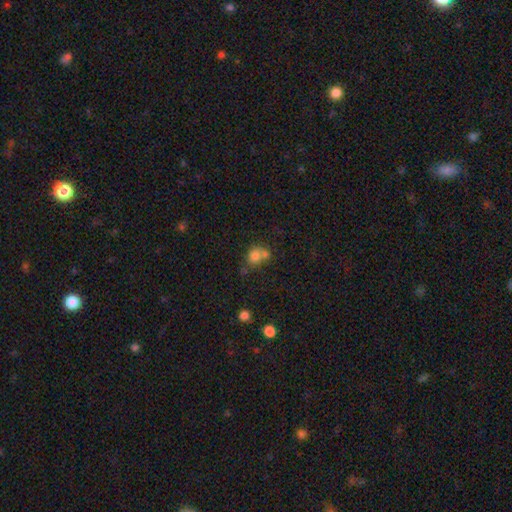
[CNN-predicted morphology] A smooth galaxy with no disk features (74%) that is round (70%). Merging: merger (47%).